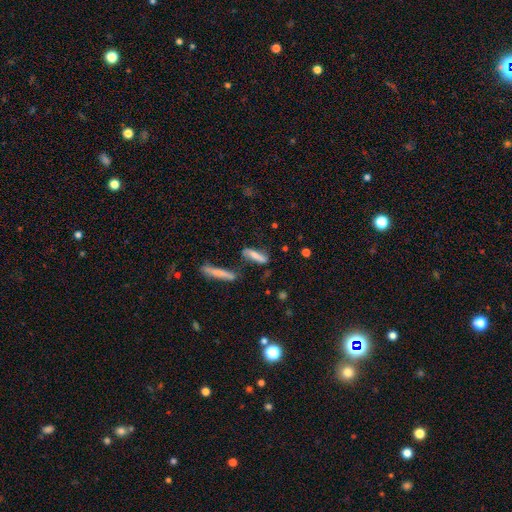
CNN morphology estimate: Smooth or featured? smooth (61%)
How rounded? cigar-shaped (69%)
Merging? none (58%)